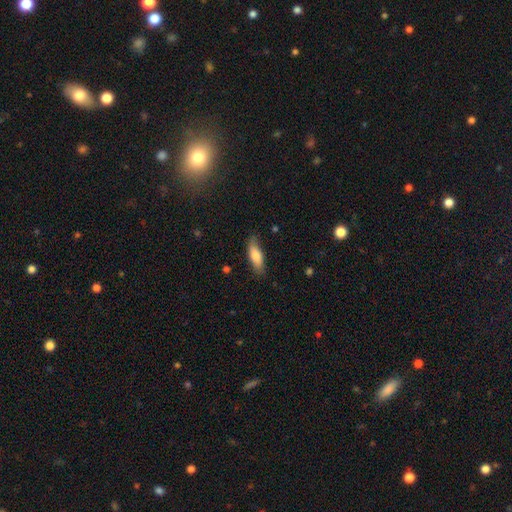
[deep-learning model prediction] This is likely a smooth galaxy (76%). How rounded: possibly in between (60%). Merging: likely none (79%).